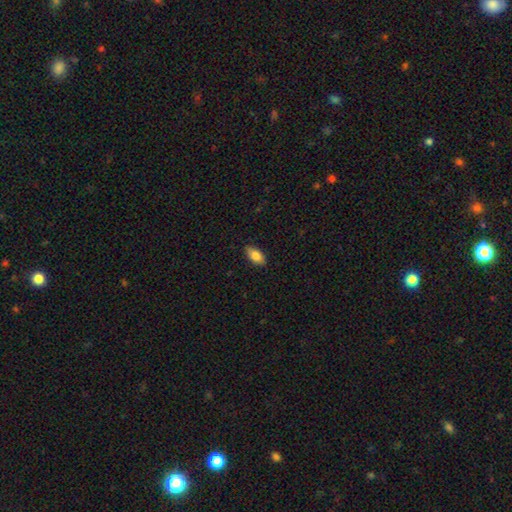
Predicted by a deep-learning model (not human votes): Q: Smooth or featured?
A: smooth (84%); runner-up: featured or disk (9%)
Q: How rounded?
A: in between (91%); runner-up: cigar-shaped (6%)
Q: Merging?
A: none (87%); runner-up: minor disturbance (10%)